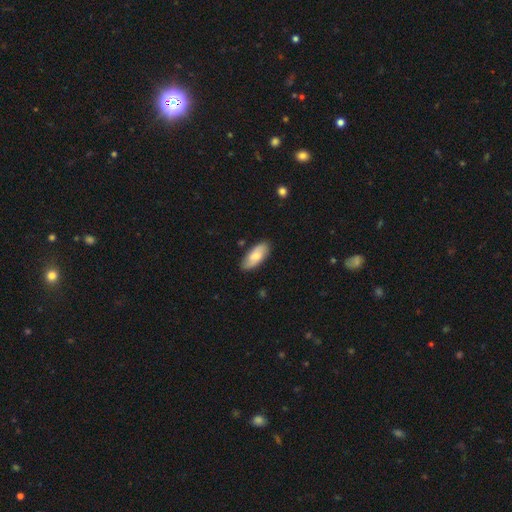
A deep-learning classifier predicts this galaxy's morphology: Smooth or featured? Predicted: smooth (p=0.71). How rounded? Predicted: in between (p=0.85). Merging? Predicted: none (p=0.85).